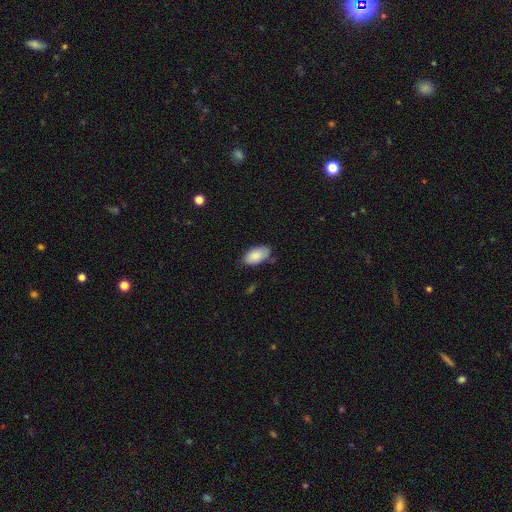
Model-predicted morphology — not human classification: smooth_or_featured: smooth (p=0.87) [alt: featured or disk p=0.06]
how_rounded: in between (p=0.95) [alt: round p=0.03]
merging: none (p=0.73) [alt: minor disturbance p=0.21]